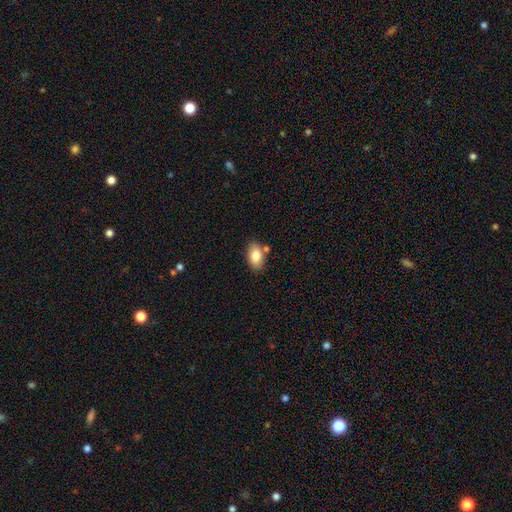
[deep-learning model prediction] Morphology: type=smooth (82%); roundness=in between (90%); merging=none (75%).